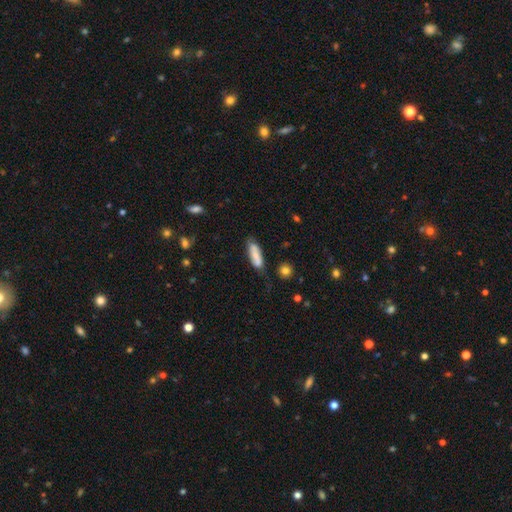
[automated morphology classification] This appears to be a smooth galaxy with no disk features (70%) that is cigar-shaped (52%). Merging: none (61%).